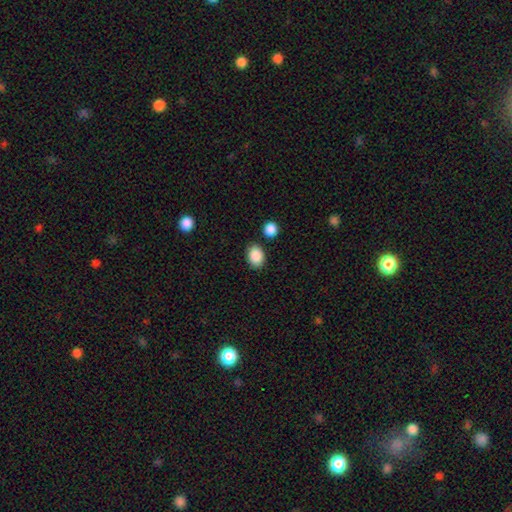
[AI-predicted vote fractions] A smooth galaxy with no disk features (89%) that is in between round and cigar-shaped (72%).

Vote fractions:
- Smooth or featured? smooth: 89% / star or artifact: 8% / featured or disk: 4%
- How rounded? in between: 72% / round: 27% / cigar-shaped: 1%
- Merging? none: 83% / minor disturbance: 10% / merger: 5% / major disturbance: 3%